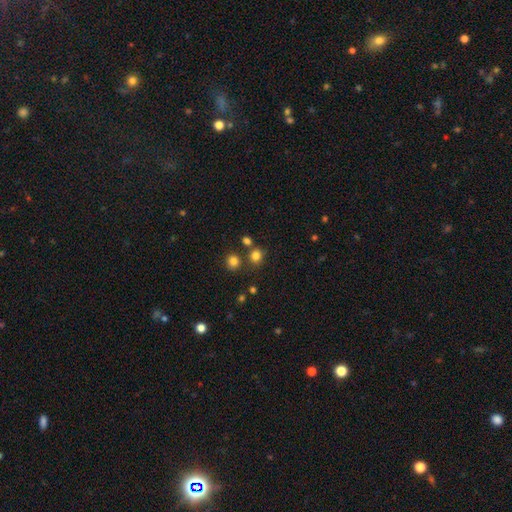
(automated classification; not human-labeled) Smooth or featured?
  - smooth: 79% *
  - star or artifact: 16%
  - featured or disk: 5%
How rounded?
  - round: 84% *
  - in between: 15%
  - cigar-shaped: 1%
Merging?
  - none: 74% *
  - merger: 14%
  - minor disturbance: 9%
  - major disturbance: 4%